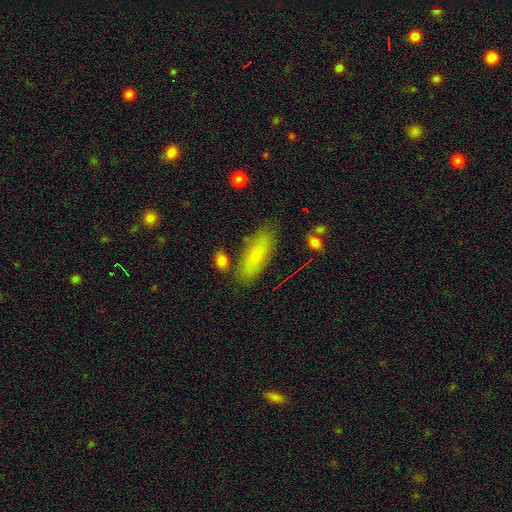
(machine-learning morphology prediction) Smooth or featured?
  - smooth: 80% *
  - featured or disk: 12%
  - star or artifact: 8%
How rounded?
  - in between: 62% *
  - cigar-shaped: 35%
  - round: 2%
Merging?
  - none: 77% *
  - minor disturbance: 14%
  - merger: 5%
  - major disturbance: 4%